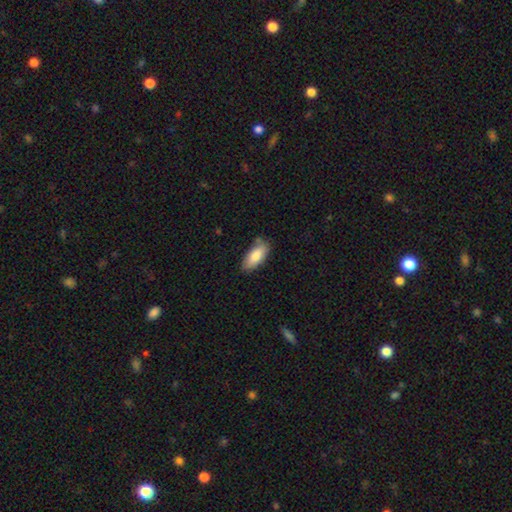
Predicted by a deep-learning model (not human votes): Smooth or featured: smooth — 83% (featured or disk — 11%)
How rounded: in between — 84% (cigar-shaped — 14%)
Merging: none — 75% (minor disturbance — 19%)